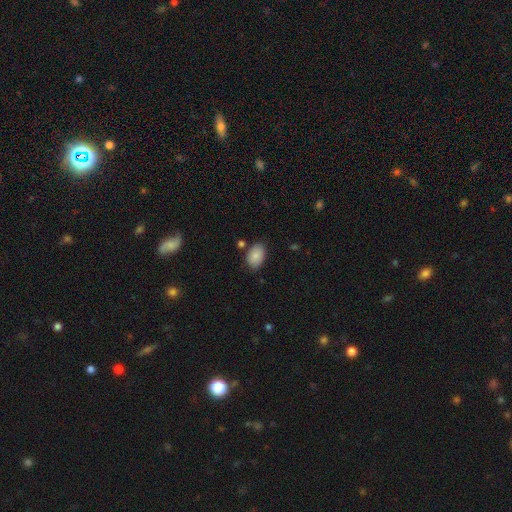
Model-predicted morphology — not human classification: Smooth or featured? Predicted: smooth (p=0.87). How rounded? Predicted: in between (p=0.90). Merging? Predicted: none (p=0.79).